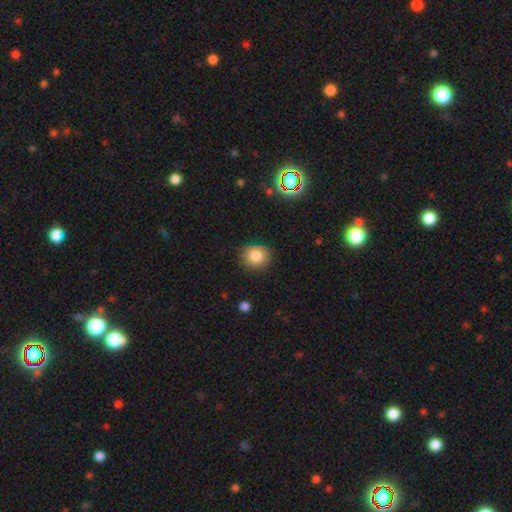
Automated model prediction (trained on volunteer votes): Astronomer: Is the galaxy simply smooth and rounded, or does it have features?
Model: smooth — 82%.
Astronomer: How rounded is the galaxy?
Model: round — 80%.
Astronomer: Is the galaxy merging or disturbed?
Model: none — 83%.